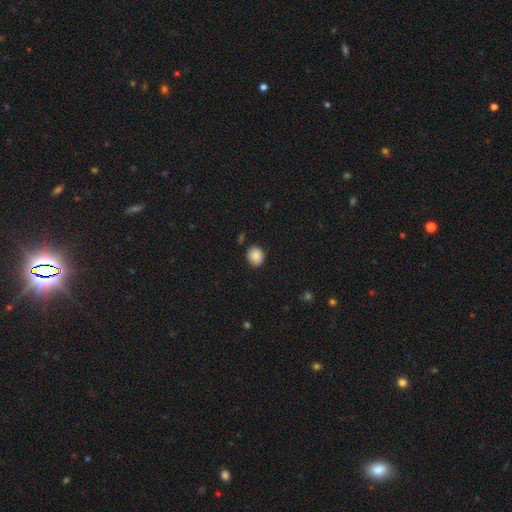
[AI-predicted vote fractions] smooth-or-featured: smooth: 88% | star or artifact: 8% | featured or disk: 4%
  how-rounded: round: 72% | in between: 27% | cigar-shaped: 1%
  merging: none: 87% | minor disturbance: 9% | major disturbance: 2% | merger: 2%